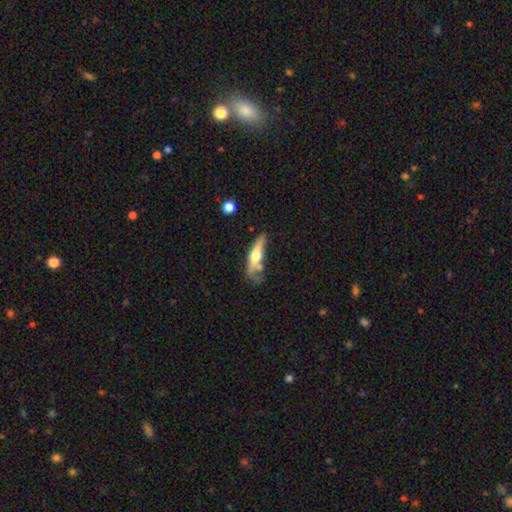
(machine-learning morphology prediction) Smooth or featured: featured or disk — 51% (smooth — 43%)
Edge-on disk: yes — 87% (no — 13%)
Merging: none — 49% (minor disturbance — 24%)